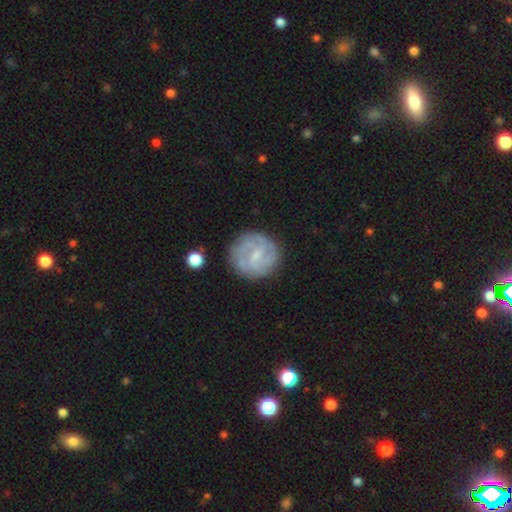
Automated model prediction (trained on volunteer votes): Q: Smooth or featured?
A: featured or disk (72%); runner-up: smooth (22%)
Q: Edge-on disk?
A: no (98%); runner-up: yes (2%)
Q: Bar?
A: weak (58%); runner-up: no (26%)
Q: Spiral arms?
A: yes (86%); runner-up: no (14%)
Q: Spiral winding?
A: tight (51%); runner-up: medium (36%)
Q: Spiral arm count?
A: 2 (35%); runner-up: can't tell (31%)
Q: Bulge size?
A: small (54%); runner-up: moderate (24%)
Q: Merging?
A: none (78%); runner-up: minor disturbance (14%)